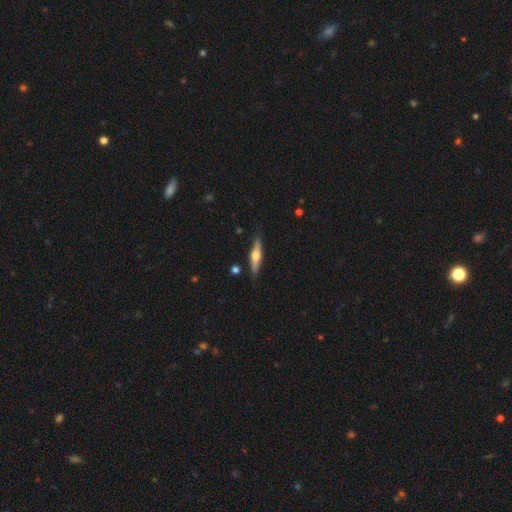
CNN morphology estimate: A featured or disk galaxy (61%) viewed edge-on (95%) with a rounded central bulge (94%).

Vote fractions:
- Smooth or featured? featured or disk: 61% / smooth: 34% / star or artifact: 5%
- Edge-on disk? yes: 95% / no: 5%
- Edge-on bulge? rounded: 94% / boxy: 4% / none: 3%
- Merging? none: 86% / minor disturbance: 10% / merger: 2% / major disturbance: 2%